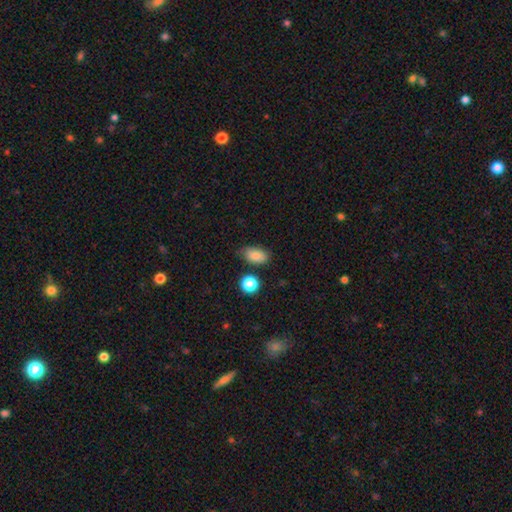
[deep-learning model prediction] A smooth galaxy with no disk features (83%) that is in between round and cigar-shaped (88%).

Vote fractions:
- Smooth or featured? smooth: 83% / star or artifact: 9% / featured or disk: 7%
- How rounded? in between: 88% / round: 10% / cigar-shaped: 2%
- Merging? none: 72% / minor disturbance: 19% / merger: 4% / major disturbance: 4%